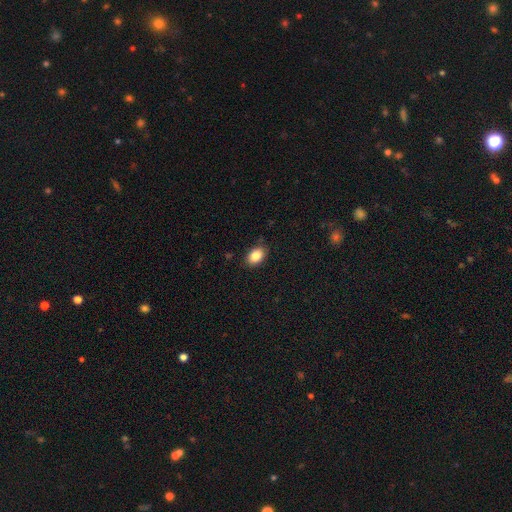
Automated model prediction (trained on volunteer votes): Smooth or featured? Predicted: smooth (p=0.86). How rounded? Predicted: in between (p=0.86). Merging? Predicted: none (p=0.86).